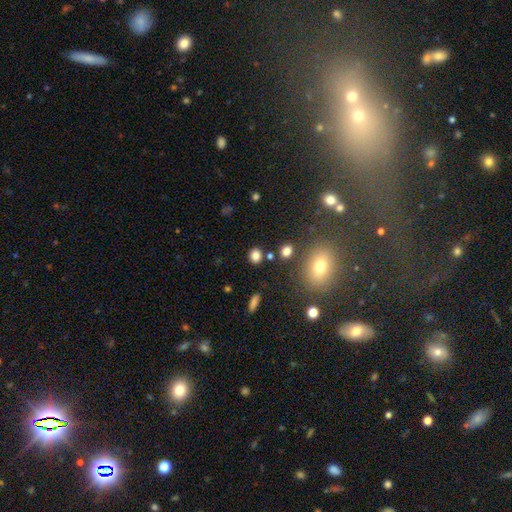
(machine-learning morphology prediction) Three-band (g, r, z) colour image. It shows a smooth galaxy with no disk features (81%) that is round (80%). Merging: none (83%).